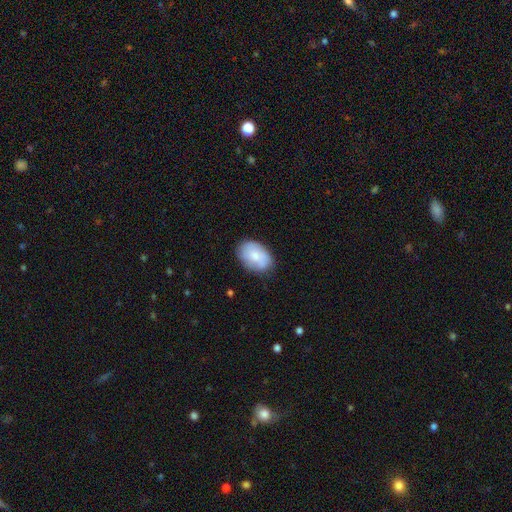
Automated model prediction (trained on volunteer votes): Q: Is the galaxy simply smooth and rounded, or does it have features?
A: smooth — 70%.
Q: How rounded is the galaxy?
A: in between — 84%.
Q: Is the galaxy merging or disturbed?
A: none — 74%.